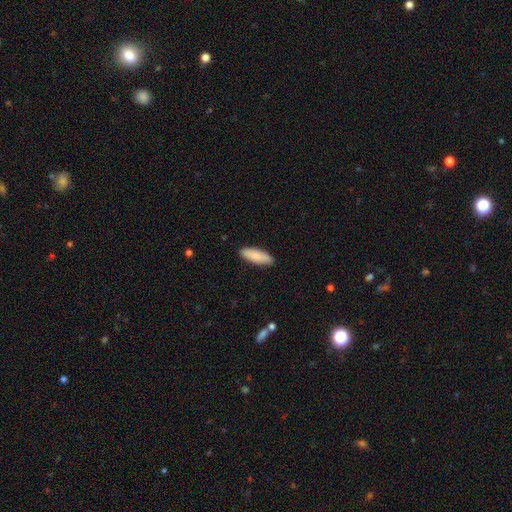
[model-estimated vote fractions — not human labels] The model was most divided on "how rounded": in between: 56%, cigar-shaped: 43%, round: 2%. More confident: merging — none (89%); smooth or featured — smooth (86%).